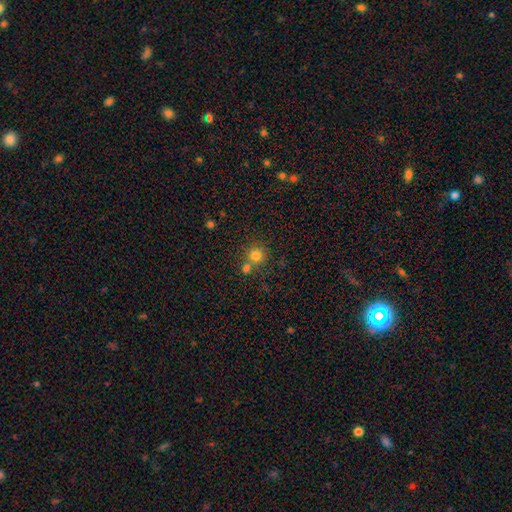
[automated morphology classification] Smooth or featured?
  - smooth: 79% *
  - star or artifact: 14%
  - featured or disk: 8%
How rounded?
  - round: 92% *
  - in between: 7%
  - cigar-shaped: 1%
Merging?
  - none: 62% *
  - merger: 27%
  - minor disturbance: 8%
  - major disturbance: 3%